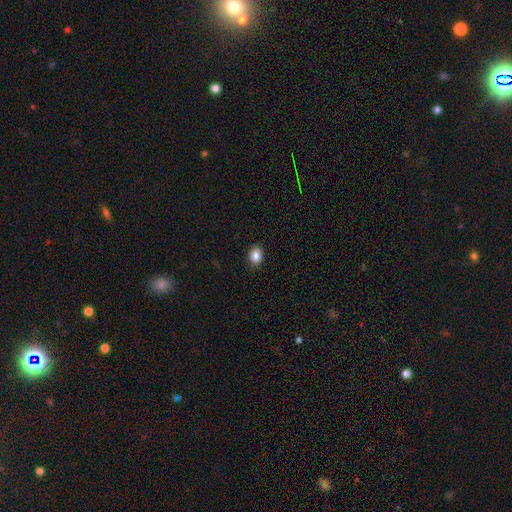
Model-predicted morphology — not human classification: Smooth or featured?
  - smooth: 87% *
  - star or artifact: 9%
  - featured or disk: 4%
How rounded?
  - in between: 57% *
  - round: 42%
  - cigar-shaped: 1%
Merging?
  - none: 90% *
  - minor disturbance: 7%
  - major disturbance: 2%
  - merger: 1%